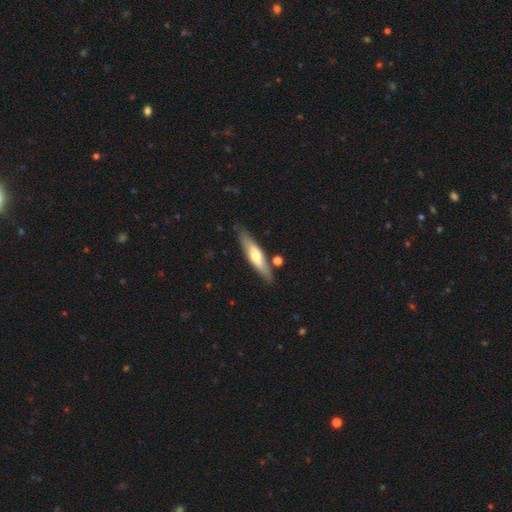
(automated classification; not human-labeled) smooth 48%, featured or disk 47%, star or artifact 5%. Down the decision tree: merging — none (80%).